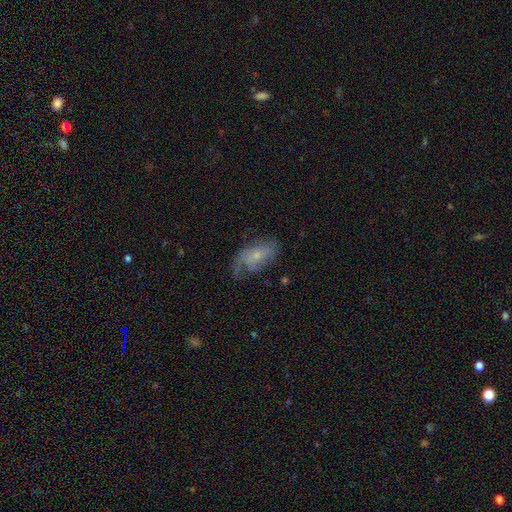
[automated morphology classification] This appears to be a featured or disk galaxy (53%). Merging: none (44%).